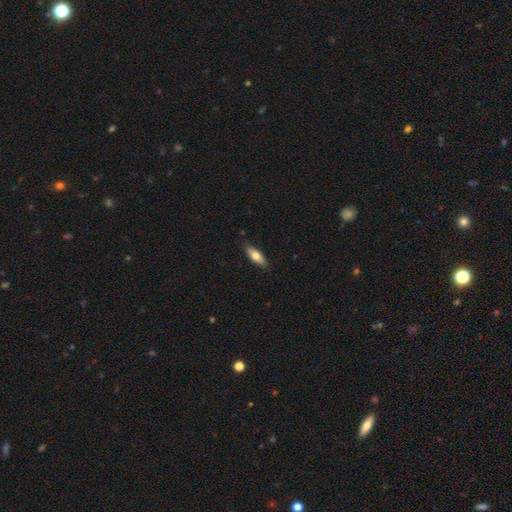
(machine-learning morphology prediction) Smooth or featured: smooth — 71% (featured or disk — 23%)
How rounded: in between — 65% (cigar-shaped — 33%)
Merging: none — 85% (minor disturbance — 12%)